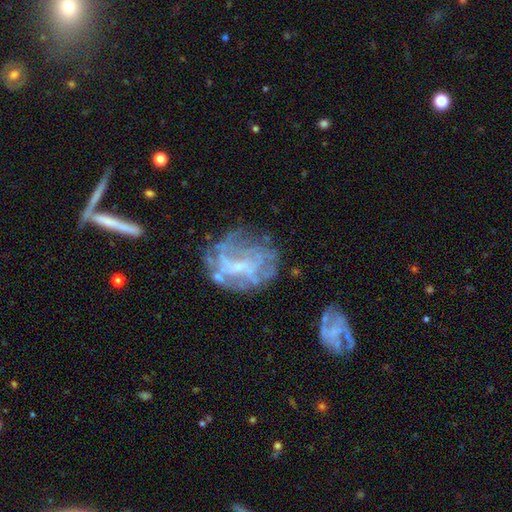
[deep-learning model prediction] Smooth or featured? Predicted: featured or disk (p=0.69). Edge-on disk? Predicted: no (p=0.98). Bar? Predicted: no (p=0.60). Spiral arms? Predicted: no (p=0.60). Bulge size? Predicted: small (p=0.55). Merging? Predicted: none (p=0.50).